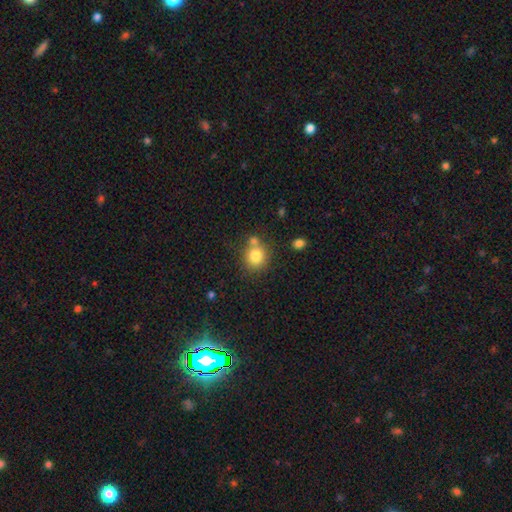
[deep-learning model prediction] Q: Smooth or featured?
A: smooth (80%); runner-up: star or artifact (11%)
Q: How rounded?
A: round (86%); runner-up: in between (13%)
Q: Merging?
A: none (63%); runner-up: merger (23%)